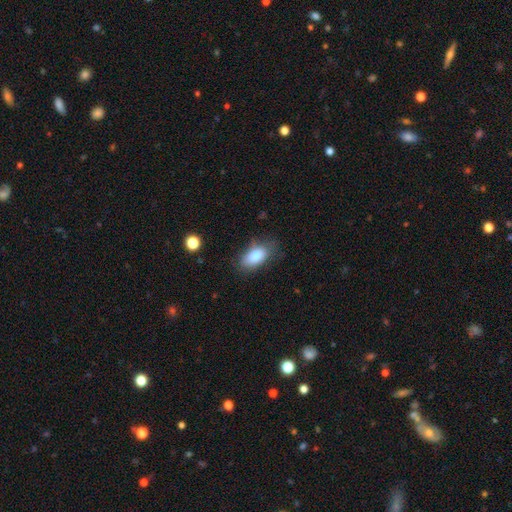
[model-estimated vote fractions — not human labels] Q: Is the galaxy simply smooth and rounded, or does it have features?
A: smooth — 81%.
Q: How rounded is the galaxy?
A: in between — 91%.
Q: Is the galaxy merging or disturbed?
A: none — 71%.